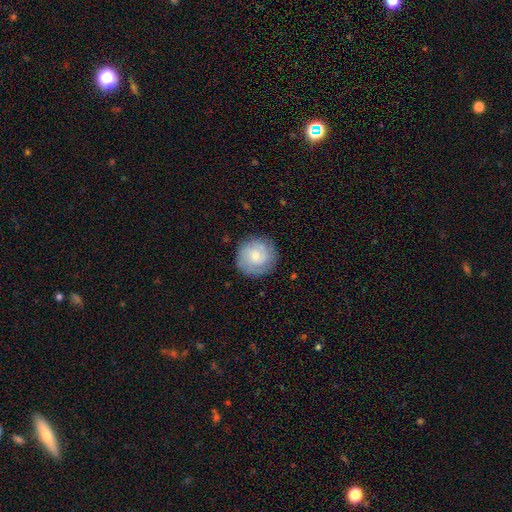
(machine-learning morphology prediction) A featured or disk galaxy (51%).

Vote fractions:
- Smooth or featured? featured or disk: 51% / smooth: 43% / star or artifact: 7%
- Edge-on disk? no: 98% / yes: 2%
- Merging? none: 84% / minor disturbance: 11% / major disturbance: 4% / merger: 1%